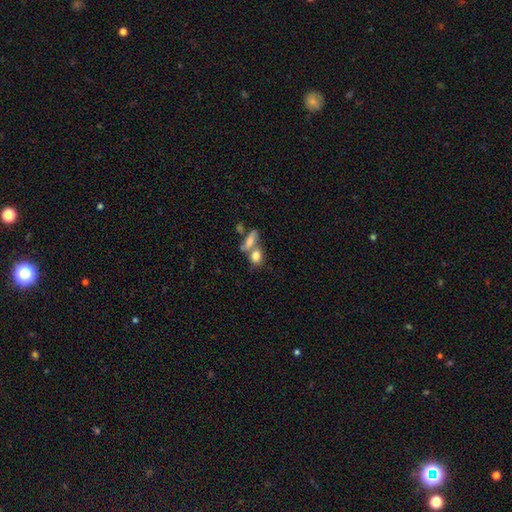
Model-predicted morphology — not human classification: Smooth or featured? smooth (78%)
How rounded? in between (56%)
Merging? merger (48%)